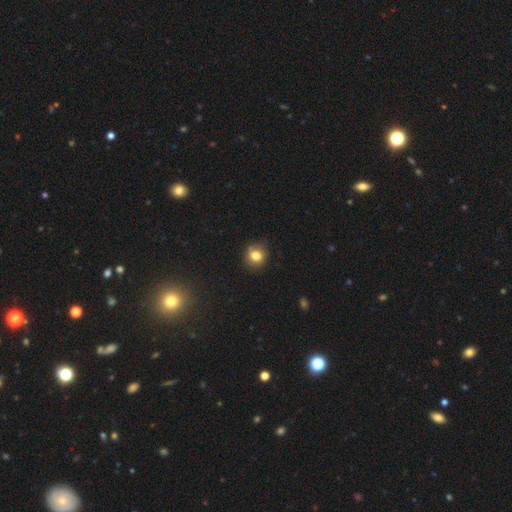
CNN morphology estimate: smooth-or-featured: smooth: 79% | star or artifact: 12% | featured or disk: 9%
  how-rounded: round: 76% | in between: 23% | cigar-shaped: 1%
  merging: none: 83% | minor disturbance: 13% | major disturbance: 3% | merger: 1%